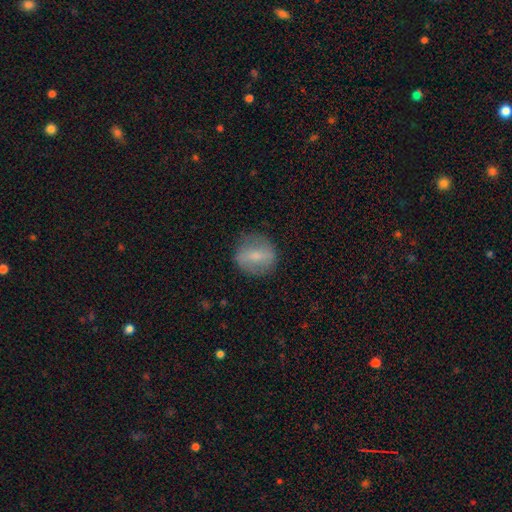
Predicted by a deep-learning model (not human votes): A smooth galaxy with no disk features (53%) that is round (70%). Merging: none (81%).